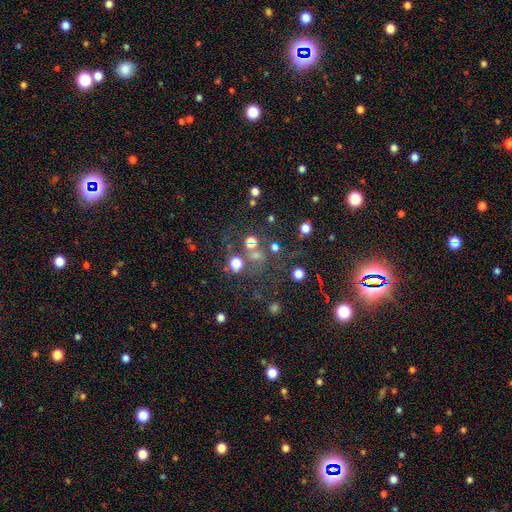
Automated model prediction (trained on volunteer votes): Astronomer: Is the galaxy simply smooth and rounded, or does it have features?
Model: star or artifact — 43% (runner-up: smooth, 41%).